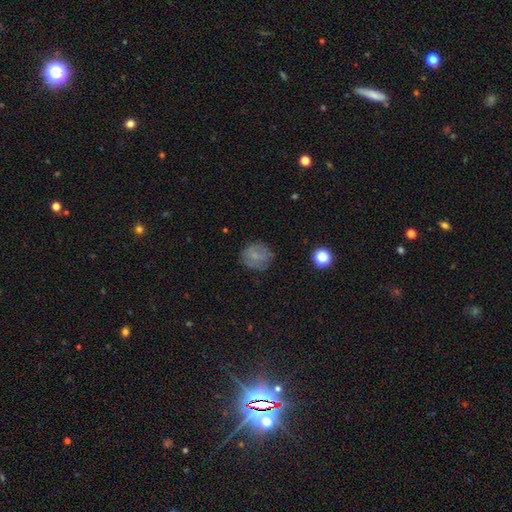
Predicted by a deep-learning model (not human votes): smooth 66%, featured or disk 22%, star or artifact 12%. Down the decision tree: how rounded — round (78%); merging — none (72%).